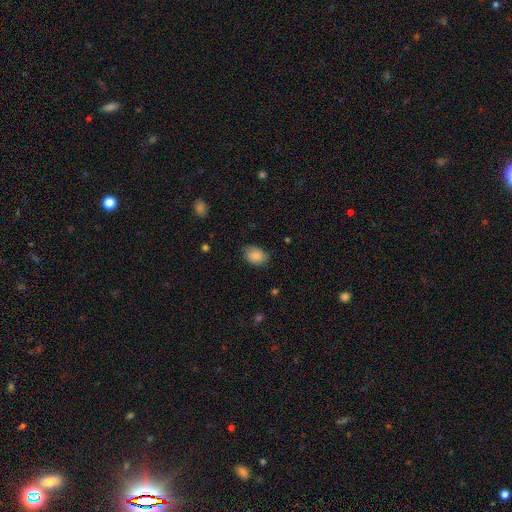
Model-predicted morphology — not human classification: Smooth or featured? Predicted: smooth (p=0.86). How rounded? Predicted: in between (p=0.74). Merging? Predicted: none (p=0.76).